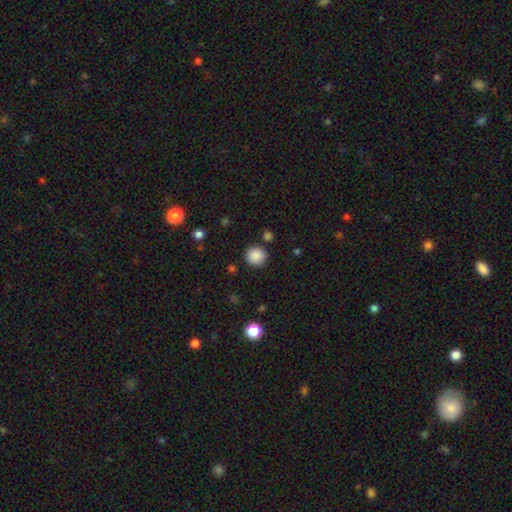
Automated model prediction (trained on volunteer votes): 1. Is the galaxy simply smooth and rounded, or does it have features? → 88% smooth, 9% star or artifact, 3% featured or disk.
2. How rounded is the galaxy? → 92% round, 7% in between, 1% cigar-shaped.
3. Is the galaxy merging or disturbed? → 87% none, 7% minor disturbance, 3% merger, 3% major disturbance.